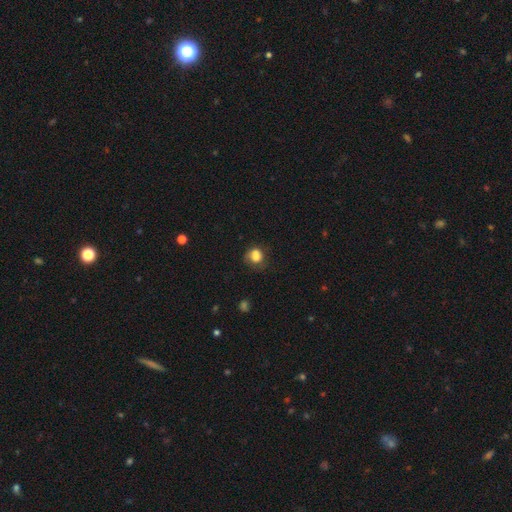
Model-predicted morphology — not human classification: smooth 76%, featured or disk 13%, star or artifact 11%. Down the decision tree: how rounded — round (62%); merging — none (43%).